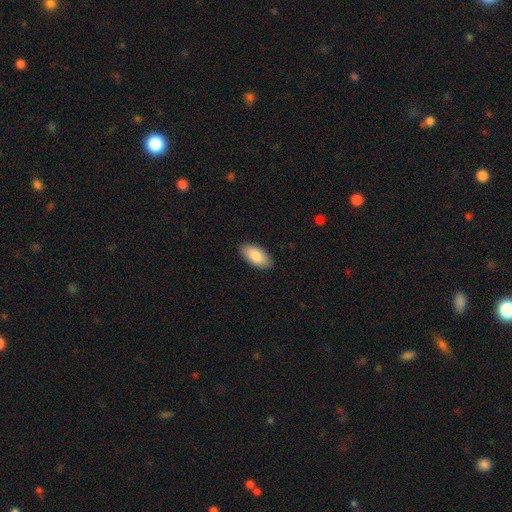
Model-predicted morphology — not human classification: smooth 88%, featured or disk 7%, star or artifact 6%. Down the decision tree: how rounded — in between (93%); merging — none (88%).